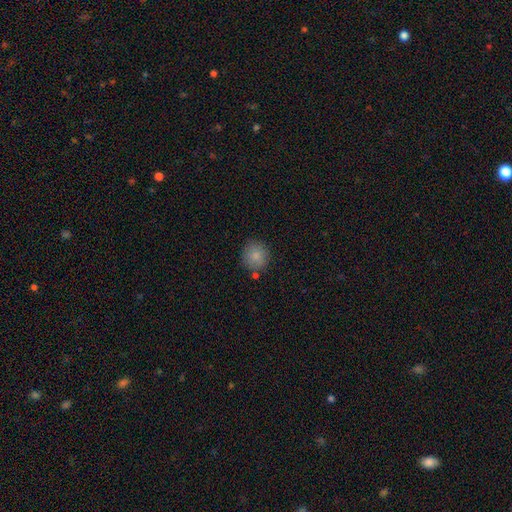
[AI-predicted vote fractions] smooth 85%, star or artifact 8%, featured or disk 7%. Down the decision tree: how rounded — round (90%); merging — none (80%).